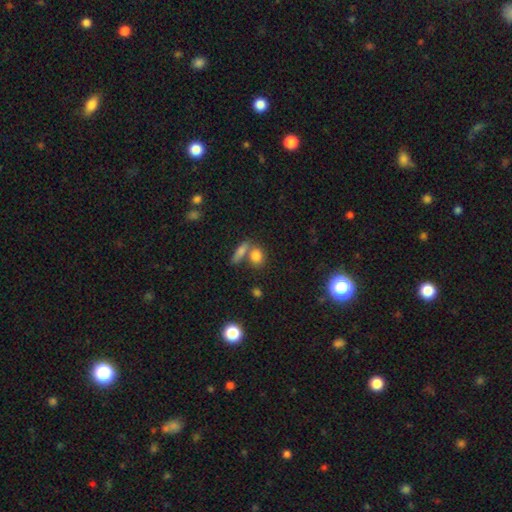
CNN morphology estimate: smooth-or-featured: smooth: 79% | star or artifact: 12% | featured or disk: 9%
  how-rounded: in between: 54% | round: 39% | cigar-shaped: 7%
  merging: none: 50% | merger: 35% | minor disturbance: 10% | major disturbance: 4%